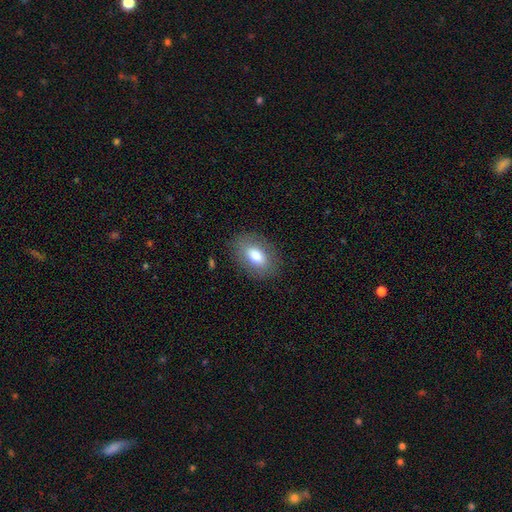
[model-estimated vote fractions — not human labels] This is likely a smooth galaxy (77%). How rounded: clearly in between (89%). Merging: clearly none (83%).